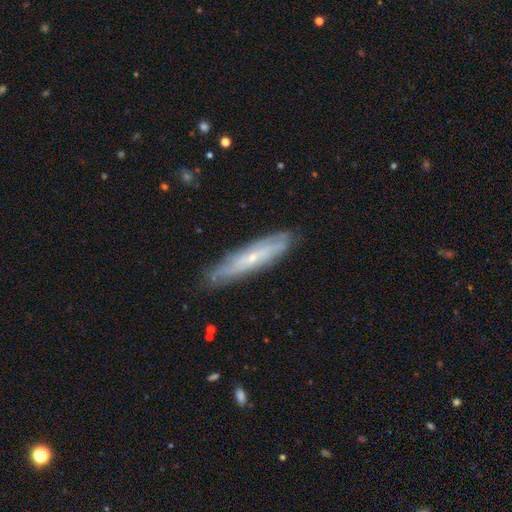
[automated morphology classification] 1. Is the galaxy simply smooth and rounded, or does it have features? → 59% featured or disk, 32% smooth, 8% star or artifact.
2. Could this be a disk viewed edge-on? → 58% yes, 42% no.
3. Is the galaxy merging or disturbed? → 84% none, 13% minor disturbance, 2% major disturbance, 1% merger.